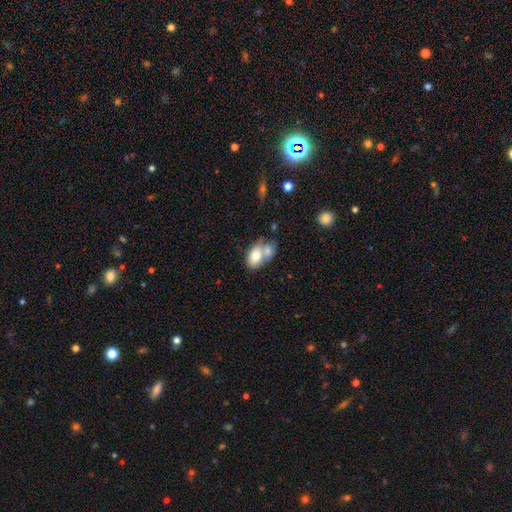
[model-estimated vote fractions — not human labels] The model was most divided on "merging": merger: 58%, none: 26%, minor disturbance: 11%, major disturbance: 5%. More confident: how rounded — in between (86%); smooth or featured — smooth (74%).